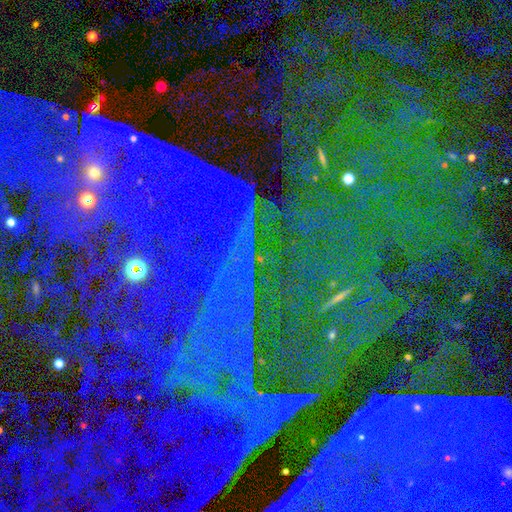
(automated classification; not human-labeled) star or artifact 87%, featured or disk 7%, smooth 6%.